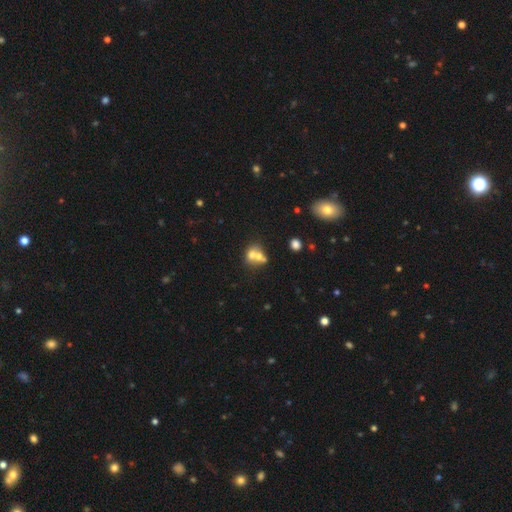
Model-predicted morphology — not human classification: smooth 62%, featured or disk 25%, star or artifact 12%. Down the decision tree: how rounded — round (62%); merging — merger (63%).